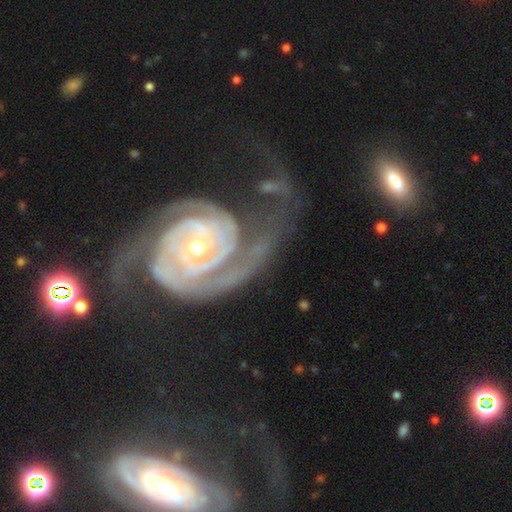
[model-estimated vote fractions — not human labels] Smooth or featured? Predicted: featured or disk (p=0.92). Edge-on disk? Predicted: no (p=0.97). Bar? Predicted: no (p=0.56). Spiral arms? Predicted: yes (p=0.98). Spiral winding? Predicted: tight (p=0.65). Spiral arm count? Predicted: 2 (p=0.78). Bulge size? Predicted: small (p=0.63). Merging? Predicted: none (p=0.54).